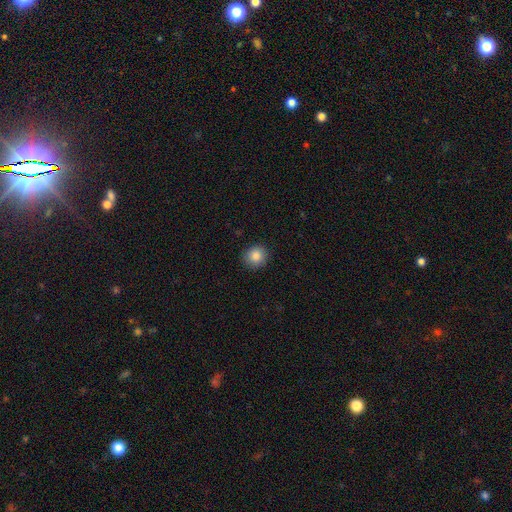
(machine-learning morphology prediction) Q: Smooth or featured?
A: smooth (86%); runner-up: star or artifact (9%)
Q: How rounded?
A: round (89%); runner-up: in between (10%)
Q: Merging?
A: none (88%); runner-up: minor disturbance (9%)